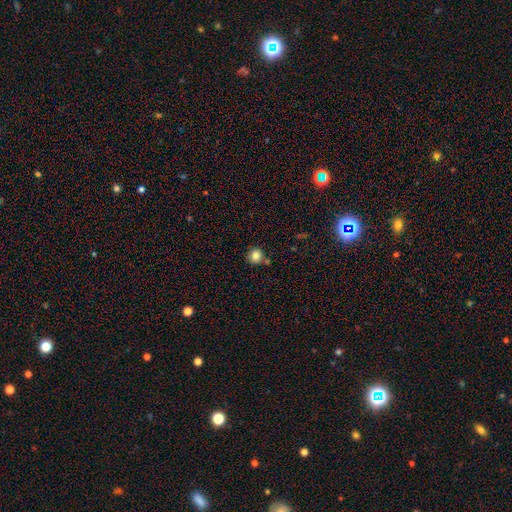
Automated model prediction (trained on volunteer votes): Smooth or featured: smooth — 83% (star or artifact — 11%)
How rounded: round — 89% (in between — 10%)
Merging: none — 74% (minor disturbance — 12%)